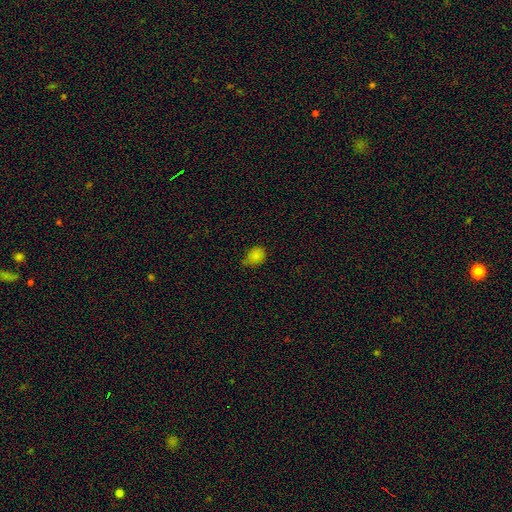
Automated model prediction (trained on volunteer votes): This is clearly a smooth galaxy (81%). How rounded: possibly in between (51%). Merging: possibly none (56%).